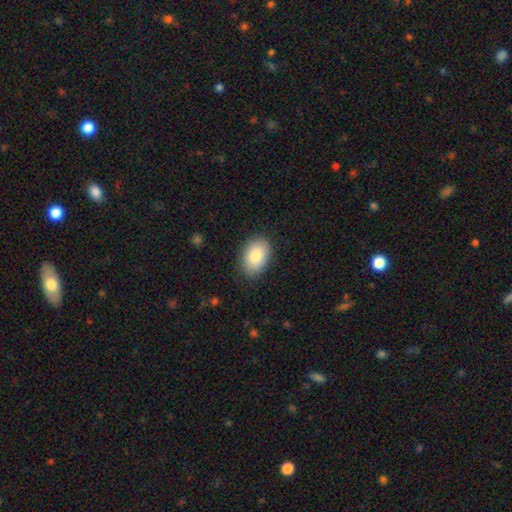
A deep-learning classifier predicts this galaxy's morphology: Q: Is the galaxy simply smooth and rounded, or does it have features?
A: smooth — 85%.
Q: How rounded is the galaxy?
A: in between — 87%.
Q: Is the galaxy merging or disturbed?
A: none — 86%.